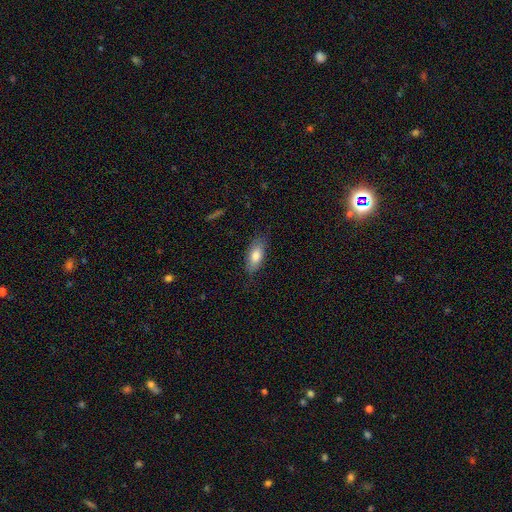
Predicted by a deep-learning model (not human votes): smooth-or-featured: smooth: 78% | featured or disk: 15% | star or artifact: 6%
  how-rounded: in between: 84% | cigar-shaped: 13% | round: 3%
  merging: none: 78% | minor disturbance: 17% | major disturbance: 4% | merger: 1%